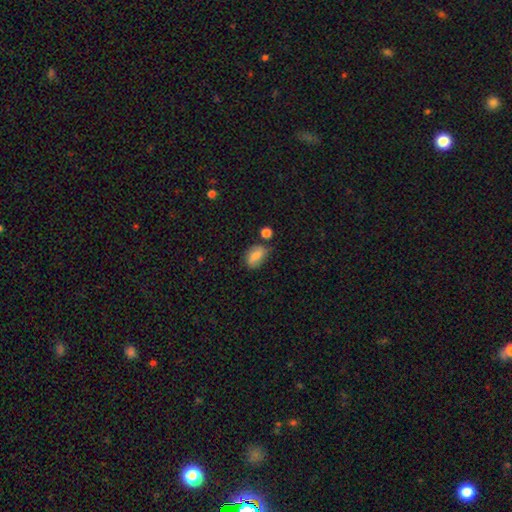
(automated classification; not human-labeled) Morphology: type=smooth (72%); roundness=in between (81%); merging=none (61%).